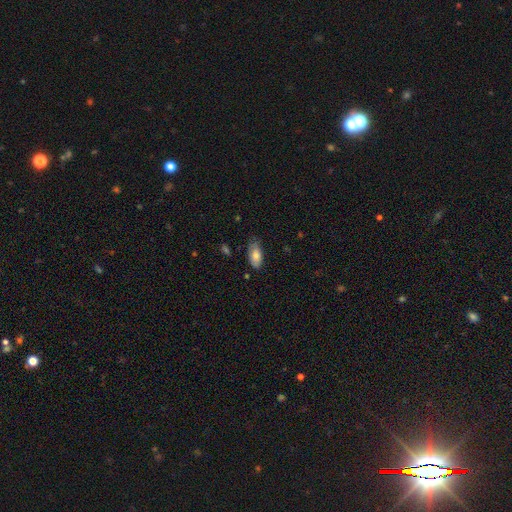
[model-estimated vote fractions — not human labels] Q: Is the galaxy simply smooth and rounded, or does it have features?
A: smooth — 77%.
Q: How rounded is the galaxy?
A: in between — 92%.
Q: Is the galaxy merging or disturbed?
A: none — 68%.